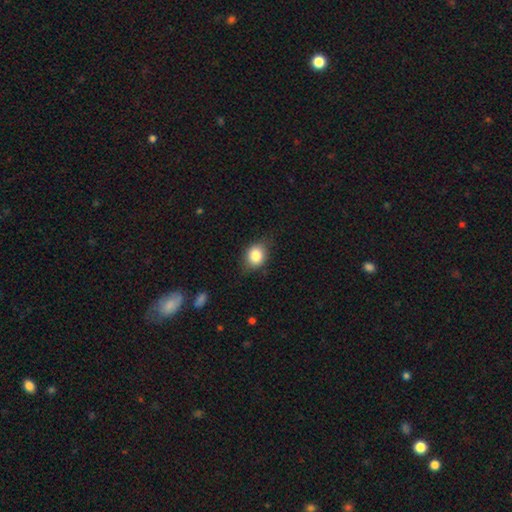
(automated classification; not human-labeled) Q: Smooth or featured?
A: smooth (82%); runner-up: featured or disk (9%)
Q: How rounded?
A: in between (51%); runner-up: round (48%)
Q: Merging?
A: none (73%); runner-up: minor disturbance (21%)